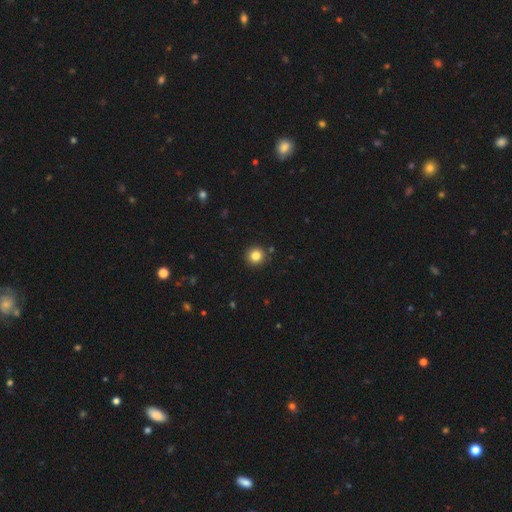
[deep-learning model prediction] smooth_or_featured: smooth (p=0.83) [alt: star or artifact p=0.12]
how_rounded: round (p=0.94) [alt: in between p=0.05]
merging: none (p=0.90) [alt: minor disturbance p=0.06]